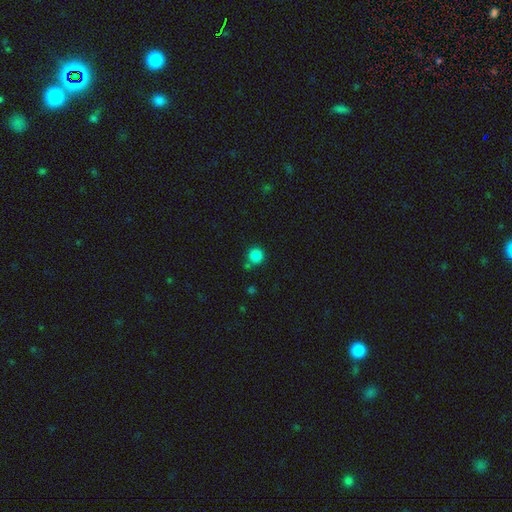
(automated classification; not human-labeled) Q: Smooth or featured?
A: smooth (85%); runner-up: star or artifact (11%)
Q: How rounded?
A: round (94%); runner-up: in between (5%)
Q: Merging?
A: none (76%); runner-up: minor disturbance (11%)